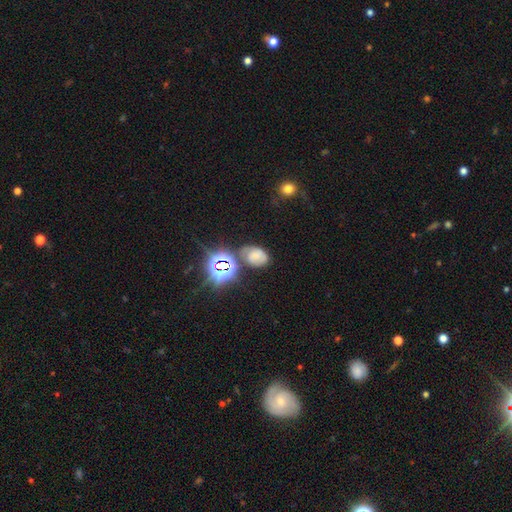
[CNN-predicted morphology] Smooth or featured? Predicted: smooth (p=0.49). Merging? Predicted: none (p=0.61).